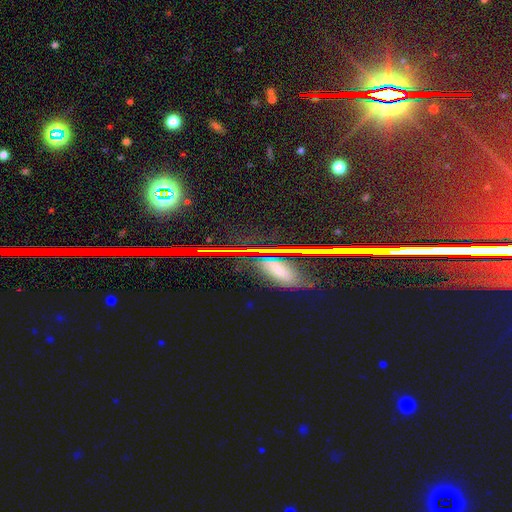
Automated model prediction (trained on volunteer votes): Smooth or featured? star or artifact (81%)